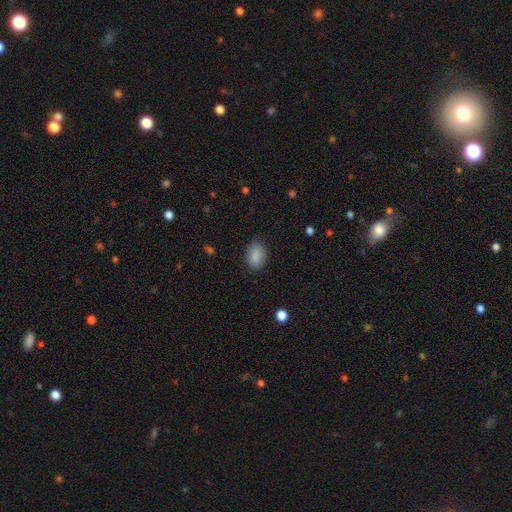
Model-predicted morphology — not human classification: Overall: smooth (88%). How rounded: in between (83%). Merging: none (84%).